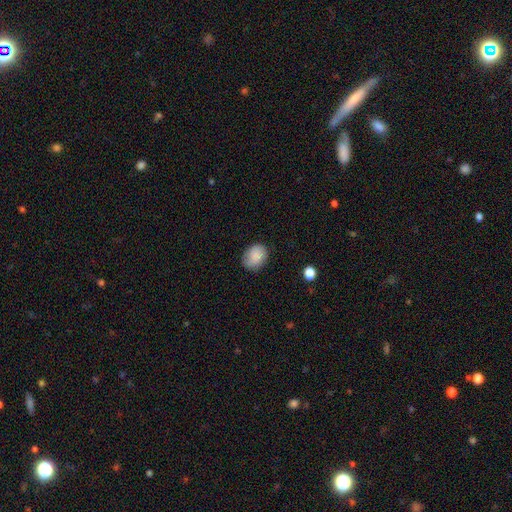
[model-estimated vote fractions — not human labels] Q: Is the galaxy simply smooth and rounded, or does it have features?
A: smooth — 85%.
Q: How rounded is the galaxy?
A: in between — 56%.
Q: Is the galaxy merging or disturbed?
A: none — 75%.